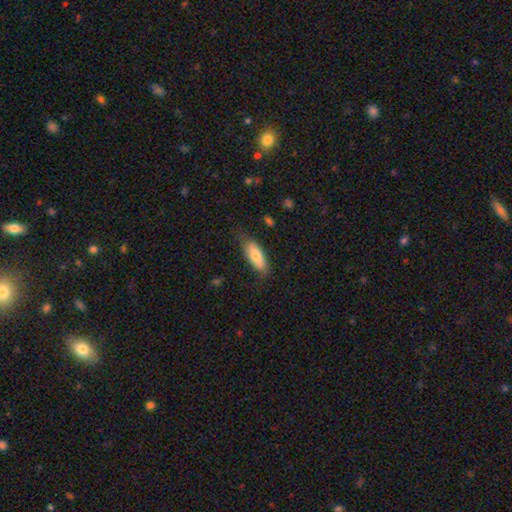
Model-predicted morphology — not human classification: Smooth or featured?
  - smooth: 73% *
  - featured or disk: 21%
  - star or artifact: 6%
How rounded?
  - in between: 67% *
  - cigar-shaped: 31%
  - round: 2%
Merging?
  - none: 73% *
  - minor disturbance: 21%
  - major disturbance: 5%
  - merger: 1%